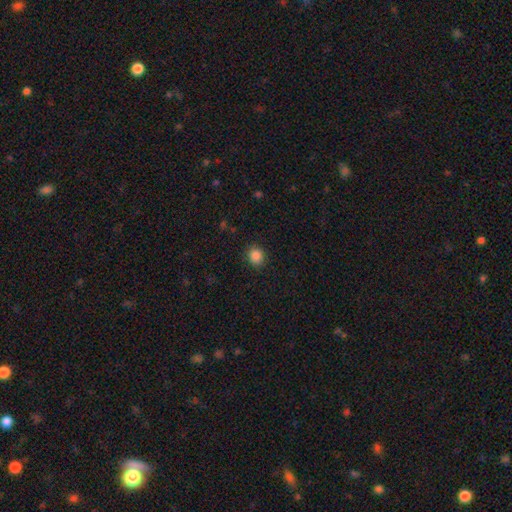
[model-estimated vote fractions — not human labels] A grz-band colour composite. It shows a smooth galaxy with no disk features (86%) that is round (78%). Merging: none (87%).